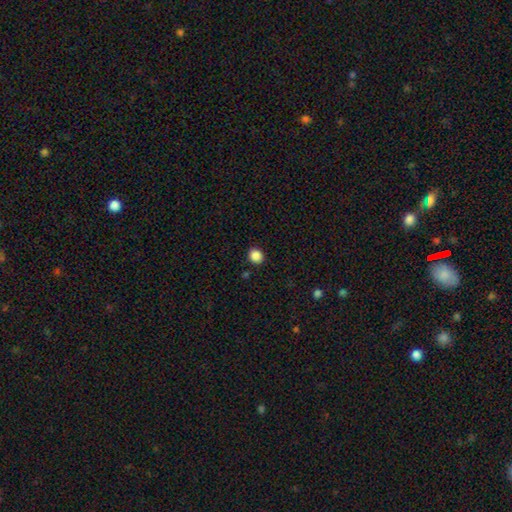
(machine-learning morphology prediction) Overall: smooth (87%). How rounded: round (79%). Merging: none (90%).